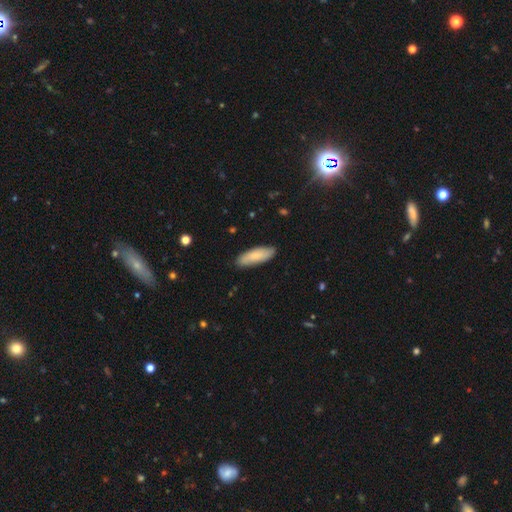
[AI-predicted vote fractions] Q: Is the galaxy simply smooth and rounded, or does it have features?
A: smooth — 82%.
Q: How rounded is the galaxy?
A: in between — 56%.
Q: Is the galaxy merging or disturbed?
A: none — 87%.